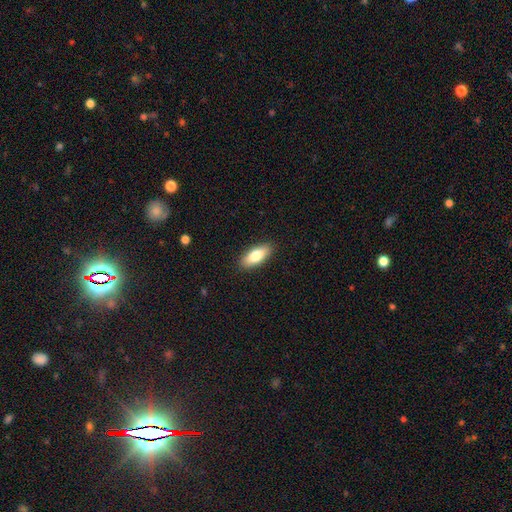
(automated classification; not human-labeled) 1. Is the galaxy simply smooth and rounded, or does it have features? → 80% smooth, 14% featured or disk, 6% star or artifact.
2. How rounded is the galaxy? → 79% in between, 19% cigar-shaped, 2% round.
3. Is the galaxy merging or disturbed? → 89% none, 8% minor disturbance, 2% major disturbance, 1% merger.